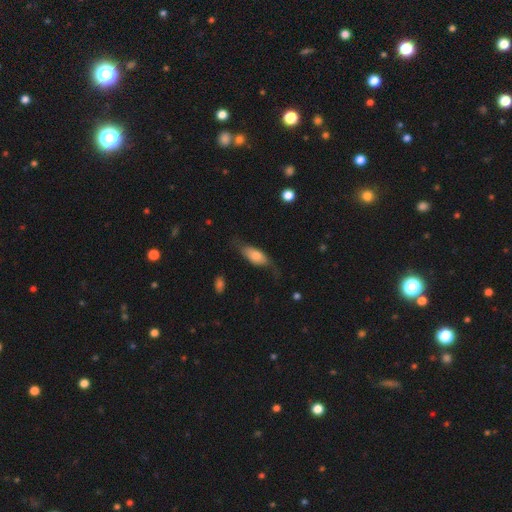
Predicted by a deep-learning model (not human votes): smooth-or-featured: smooth: 65% | featured or disk: 29% | star or artifact: 6%
  how-rounded: in between: 77% | cigar-shaped: 20% | round: 3%
  merging: none: 52% | minor disturbance: 29% | major disturbance: 17% | merger: 2%